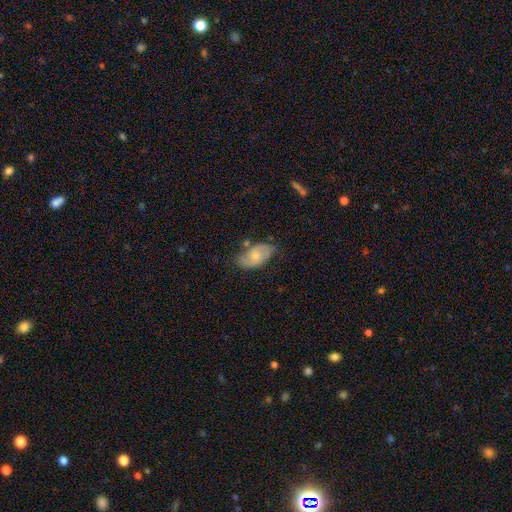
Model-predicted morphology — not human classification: Q: Smooth or featured?
A: smooth (51%); runner-up: featured or disk (42%)
Q: How rounded?
A: in between (93%); runner-up: round (5%)
Q: Merging?
A: none (59%); runner-up: minor disturbance (28%)